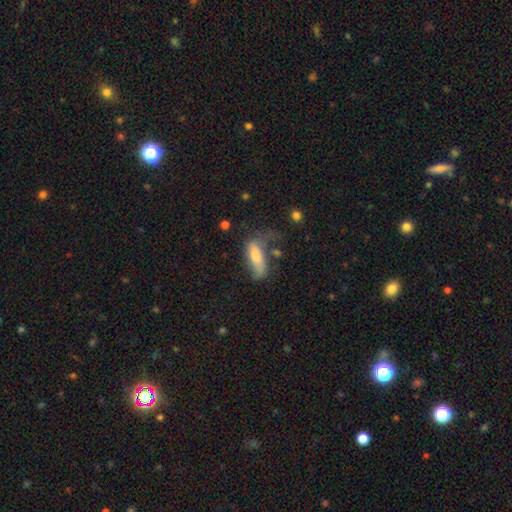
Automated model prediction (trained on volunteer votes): A smooth galaxy with no disk features (60%) that is in between round and cigar-shaped (61%). Merging: none (34%).